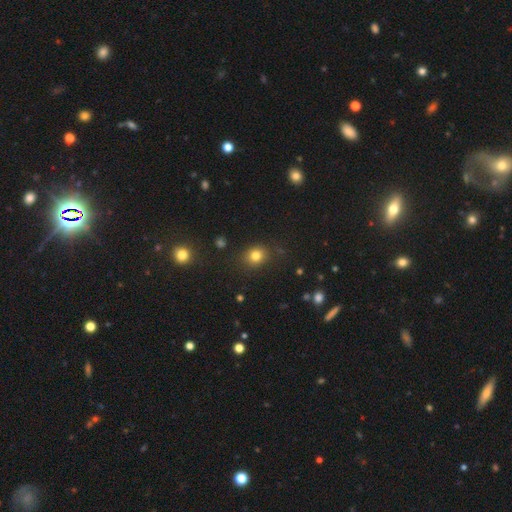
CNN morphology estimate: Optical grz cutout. It shows a smooth galaxy with no disk features (80%) that is round (73%). Merging: none (85%).